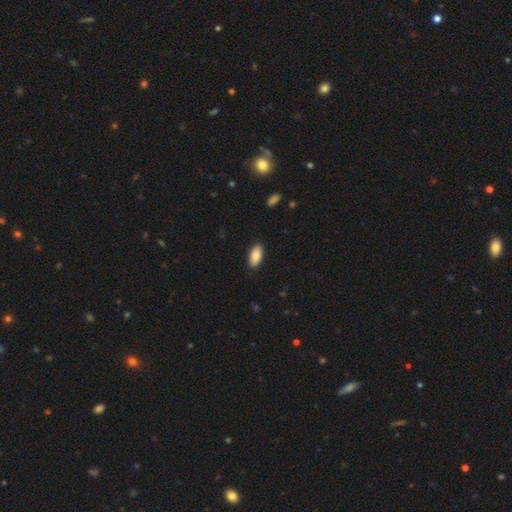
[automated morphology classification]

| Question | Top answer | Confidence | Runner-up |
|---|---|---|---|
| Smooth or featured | smooth | 88% | star or artifact (6%) |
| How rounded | in between | 92% | cigar-shaped (6%) |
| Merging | none | 90% | minor disturbance (8%) |